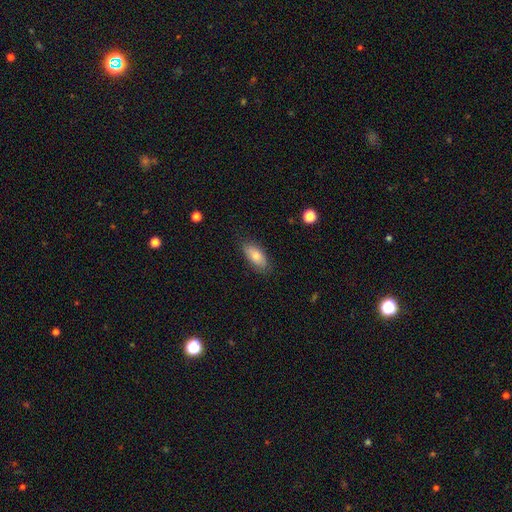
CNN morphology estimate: smooth 79%, featured or disk 15%, star or artifact 7%. Down the decision tree: how rounded — in between (86%); merging — none (80%).